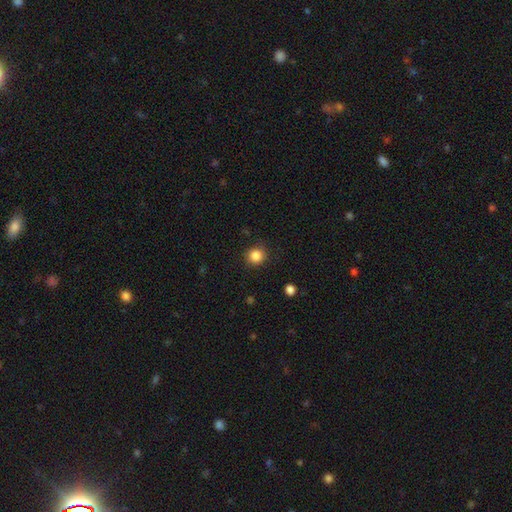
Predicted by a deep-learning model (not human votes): This appears to be a smooth galaxy with no disk features (86%) that is round (91%). Merging: none (85%).